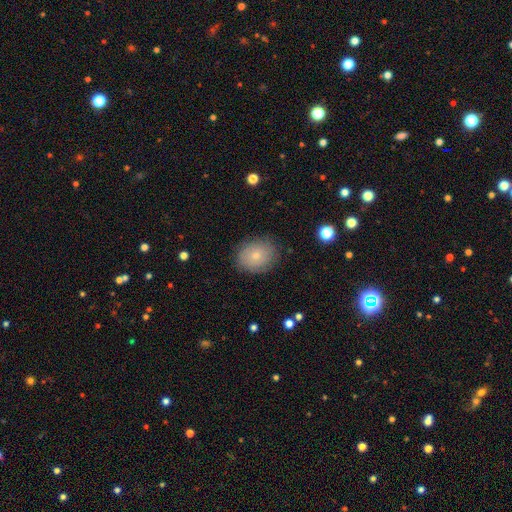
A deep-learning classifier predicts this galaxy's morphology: This is likely a smooth galaxy (75%). How rounded: possibly in between (50%, tied with round). Merging: clearly none (82%).